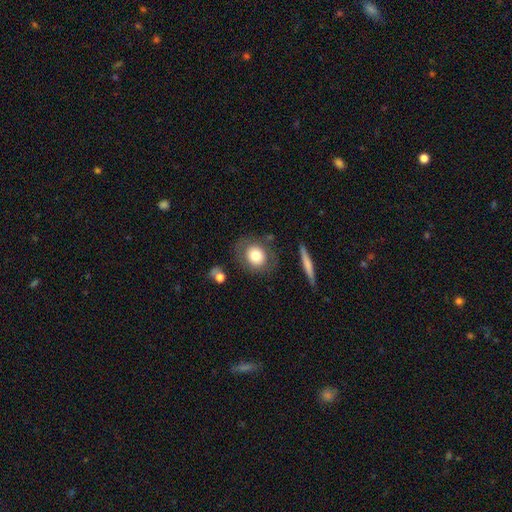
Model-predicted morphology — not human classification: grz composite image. It shows a smooth galaxy with no disk features (74%) that is round (70%). Merging: none (77%).